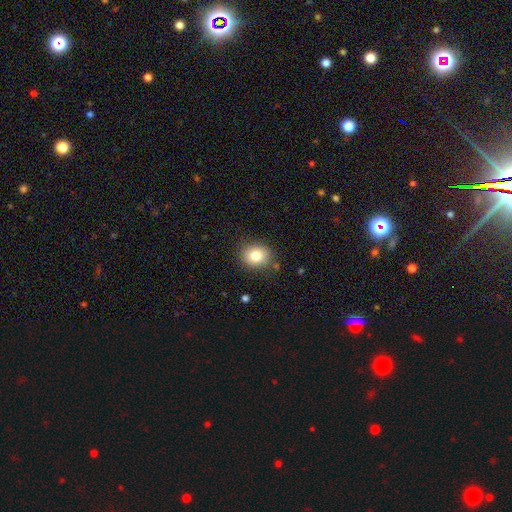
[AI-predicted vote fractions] Smooth or featured: smooth — 81% (star or artifact — 10%)
How rounded: round — 69% (in between — 30%)
Merging: none — 85% (minor disturbance — 11%)